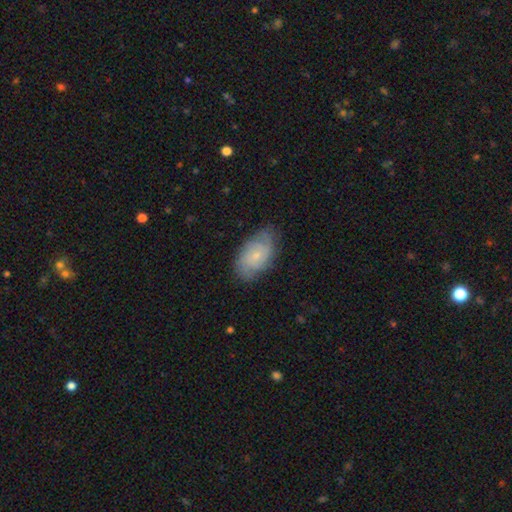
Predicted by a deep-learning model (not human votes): Morphology: type=featured or disk (59%); edge-on=no (96%); bar=no (74%); spiral arms=yes (88%); winding=tight (48%); arm count=2 (39%); bulge=small (71%); merging=none (73%).